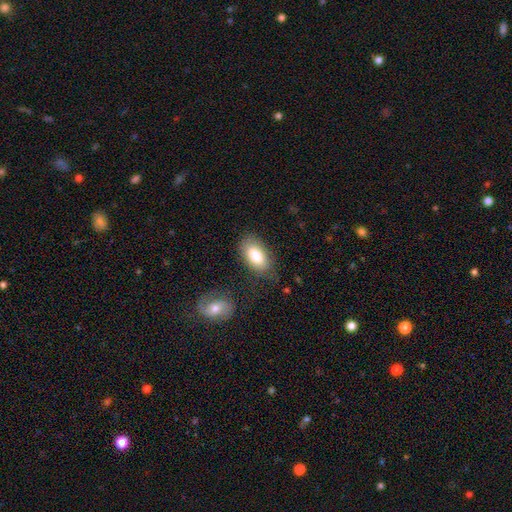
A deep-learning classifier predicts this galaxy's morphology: The model was most divided on "merging": none: 73%, minor disturbance: 18%, major disturbance: 6%, merger: 3%. More confident: how rounded — in between (94%); smooth or featured — smooth (81%).